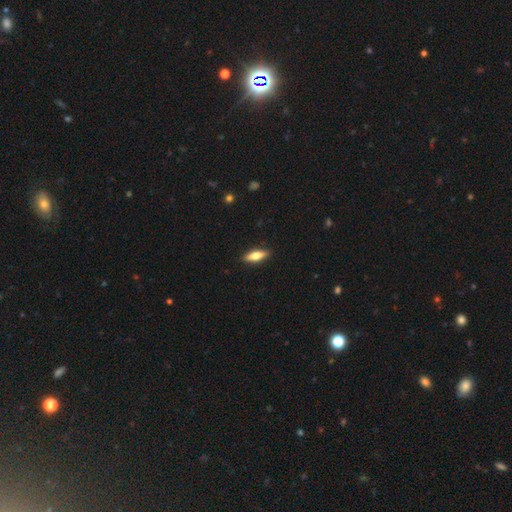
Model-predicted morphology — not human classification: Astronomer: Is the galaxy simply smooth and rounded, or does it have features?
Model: smooth — 64%.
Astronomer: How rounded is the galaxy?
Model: cigar-shaped — 52% (runner-up: in between, 46%).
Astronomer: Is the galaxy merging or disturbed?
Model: none — 89%.